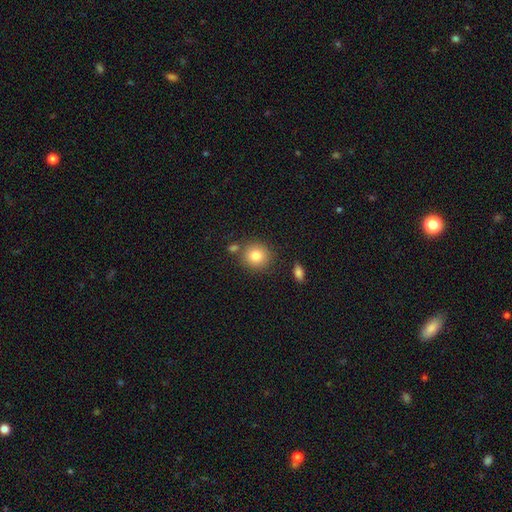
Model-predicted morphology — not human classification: Q: Smooth or featured?
A: smooth (83%); runner-up: star or artifact (9%)
Q: How rounded?
A: round (87%); runner-up: in between (12%)
Q: Merging?
A: none (76%); runner-up: merger (10%)